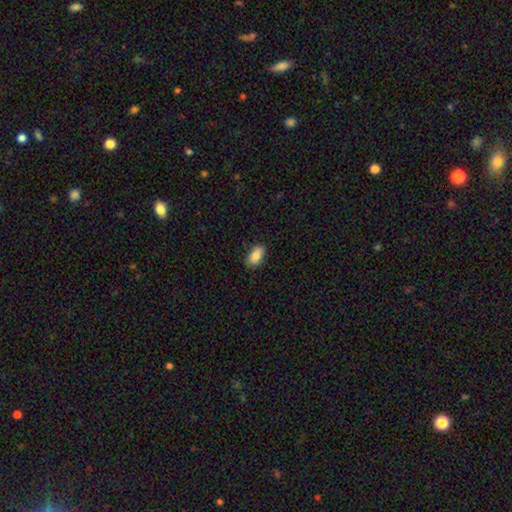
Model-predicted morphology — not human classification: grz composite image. It shows a smooth galaxy with no disk features (84%) that is in between round and cigar-shaped (92%). Merging: none (84%).